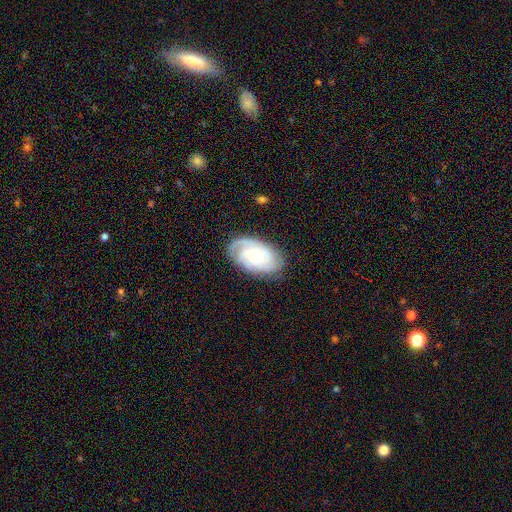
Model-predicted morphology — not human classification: Q: Smooth or featured?
A: featured or disk (77%); runner-up: smooth (17%)
Q: Edge-on disk?
A: no (97%); runner-up: yes (3%)
Q: Bar?
A: no (60%); runner-up: weak (33%)
Q: Spiral arms?
A: yes (96%); runner-up: no (4%)
Q: Spiral winding?
A: tight (65%); runner-up: medium (29%)
Q: Spiral arm count?
A: 3 (27%); tied with: can't tell (27%)
Q: Bulge size?
A: small (58%); runner-up: moderate (27%)
Q: Merging?
A: none (77%); runner-up: minor disturbance (16%)